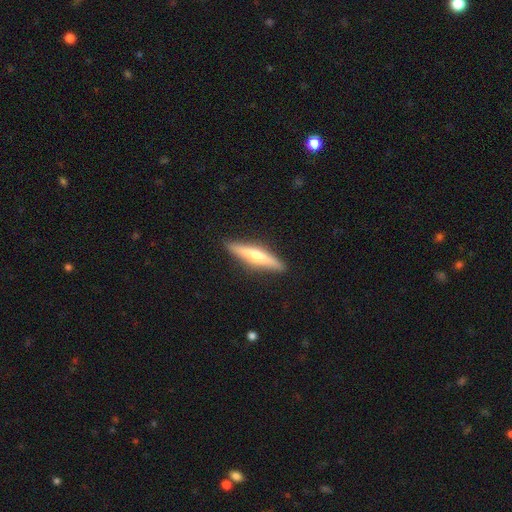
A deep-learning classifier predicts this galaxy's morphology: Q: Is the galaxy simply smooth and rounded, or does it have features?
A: featured or disk — 54%.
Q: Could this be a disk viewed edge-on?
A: yes — 95%.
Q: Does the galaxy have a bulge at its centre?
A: rounded — 80%.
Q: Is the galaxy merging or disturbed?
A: none — 90%.